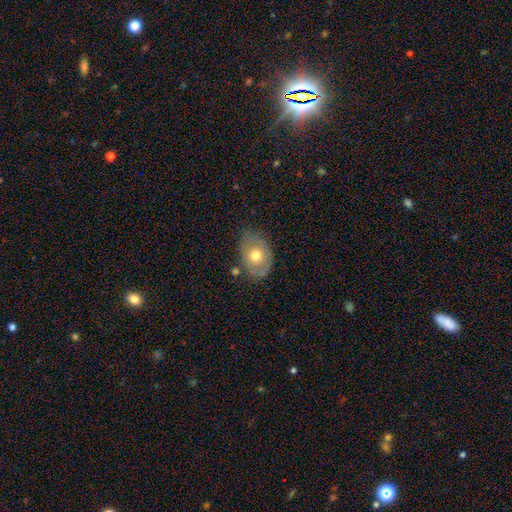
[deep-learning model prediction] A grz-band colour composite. It shows a smooth galaxy with no disk features (58%) that is in between round and cigar-shaped (73%). Merging: none (66%).